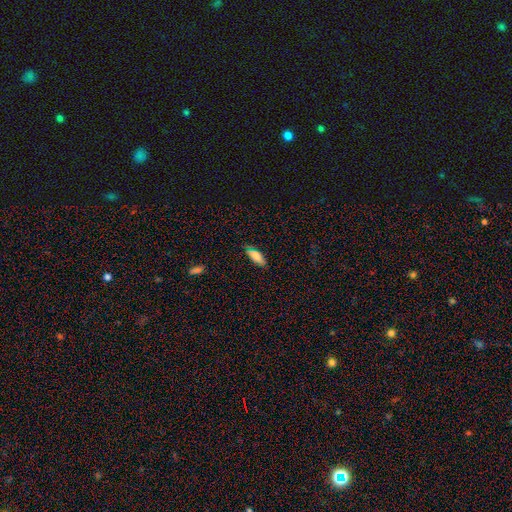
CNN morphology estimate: A smooth galaxy with no disk features (77%) that is in between round and cigar-shaped (73%).

Vote fractions:
- Smooth or featured? smooth: 77% / featured or disk: 14% / star or artifact: 9%
- How rounded? in between: 73% / cigar-shaped: 25% / round: 2%
- Merging? none: 78% / minor disturbance: 17% / major disturbance: 3% / merger: 2%